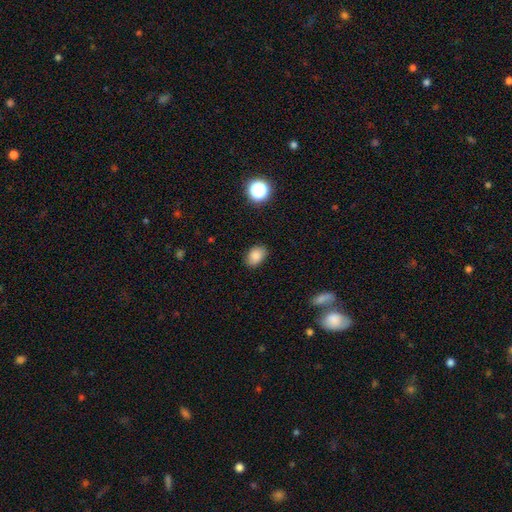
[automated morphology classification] Overall: smooth (84%). How rounded: in between (77%). Merging: none (83%).